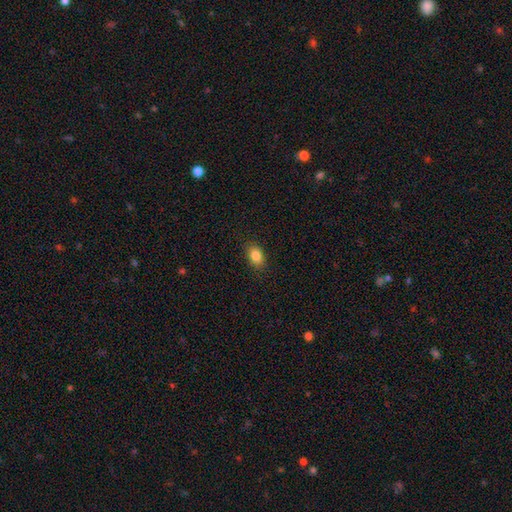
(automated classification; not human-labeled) This is clearly a smooth galaxy (85%). How rounded: likely in between (80%). Merging: clearly none (88%).